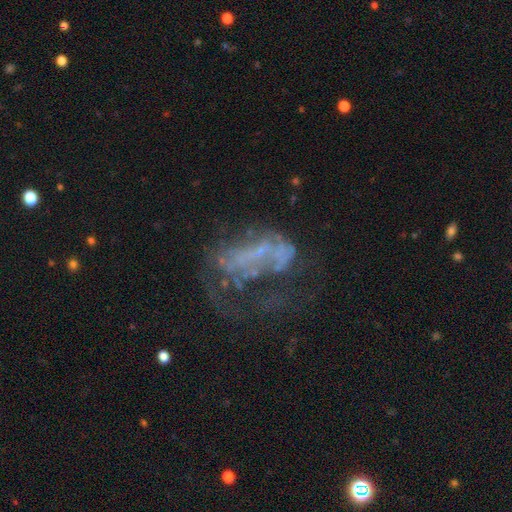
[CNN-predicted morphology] Smooth or featured?
  - featured or disk: 55% *
  - star or artifact: 27%
  - smooth: 18%
Edge-on disk?
  - no: 93% *
  - yes: 7%
Bar?
  - no: 77% *
  - weak: 12%
  - strong: 11%
Spiral arms?
  - no: 77% *
  - yes: 23%
Bulge size?
  - none: 80% *
  - small: 12%
  - moderate: 5%
  - large: 2%
  - dominant: 1%
Merging?
  - major disturbance: 48% *
  - none: 28%
  - minor disturbance: 16%
  - merger: 8%